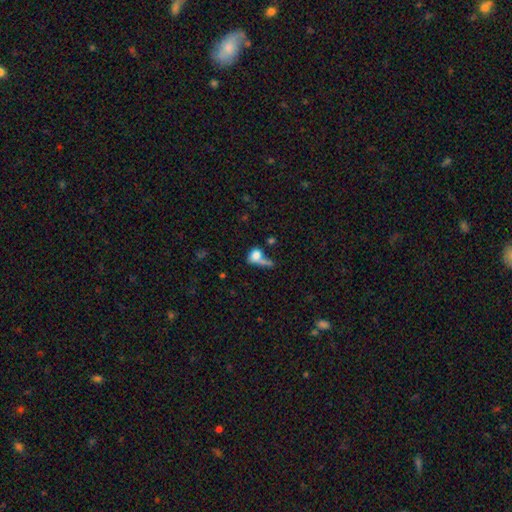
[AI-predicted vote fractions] This appears to be a smooth galaxy with no disk features (71%) that is in between round and cigar-shaped (54%). Merging: merger (38%).